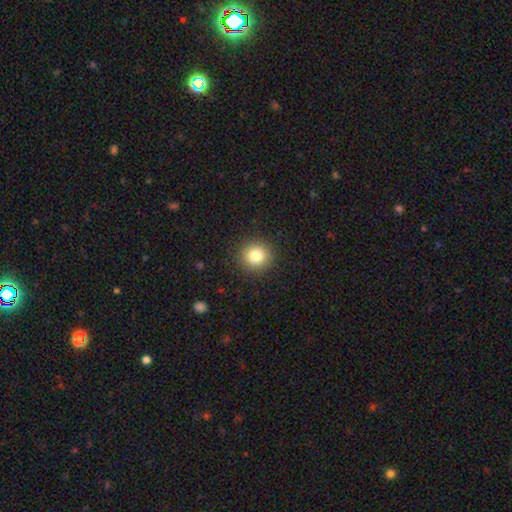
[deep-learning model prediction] This is clearly a smooth galaxy (81%). How rounded: clearly round (92%). Merging: clearly none (91%).